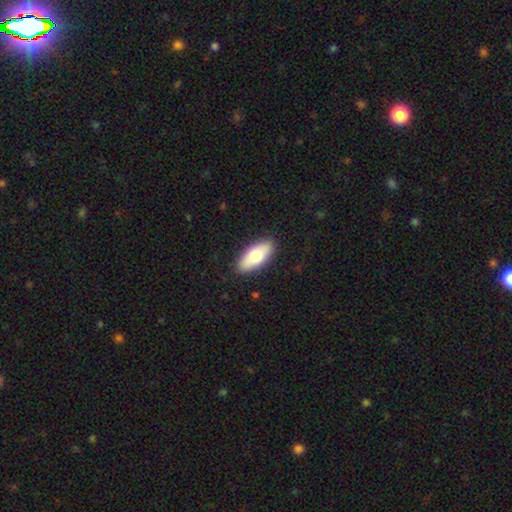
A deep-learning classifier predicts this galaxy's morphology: Smooth or featured: smooth — 72% (featured or disk — 23%)
How rounded: in between — 86% (cigar-shaped — 12%)
Merging: none — 89% (minor disturbance — 8%)